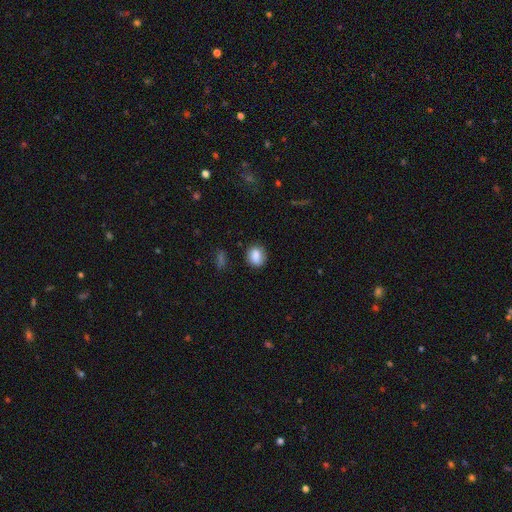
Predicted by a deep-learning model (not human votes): Q: Smooth or featured?
A: smooth (83%); runner-up: star or artifact (9%)
Q: How rounded?
A: round (57%); runner-up: in between (41%)
Q: Merging?
A: none (78%); runner-up: minor disturbance (15%)